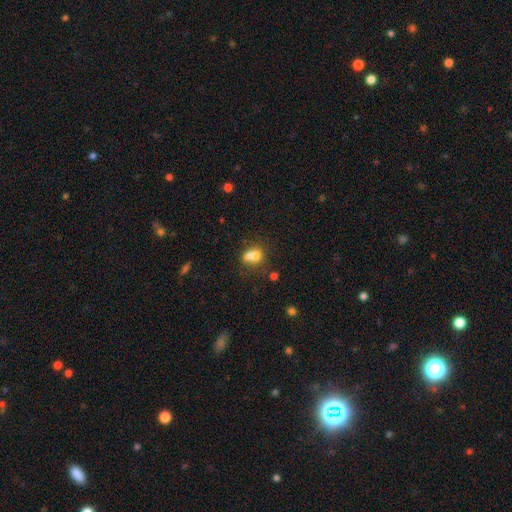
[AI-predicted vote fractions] Morphology: type=smooth (71%); roundness=in between (64%); merging=merger (40%).